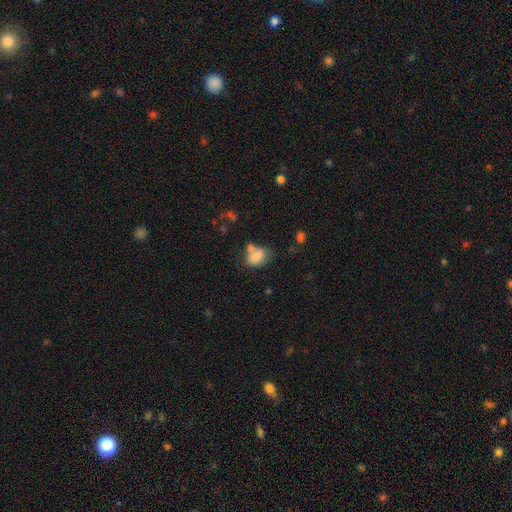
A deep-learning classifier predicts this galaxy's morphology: smooth 77%, featured or disk 13%, star or artifact 9%. Down the decision tree: how rounded — in between (73%); merging — none (40%).